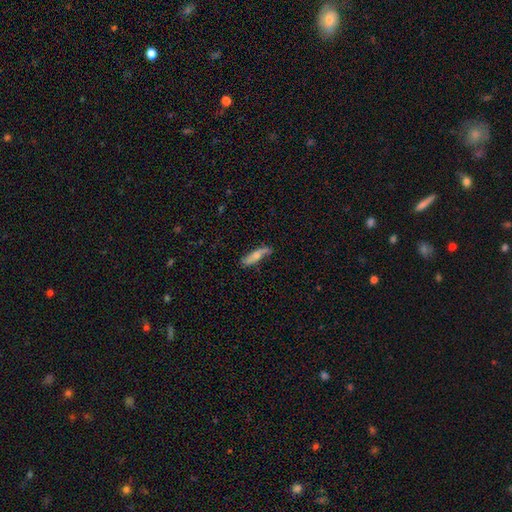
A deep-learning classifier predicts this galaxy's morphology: smooth_or_featured: smooth (p=0.58) [alt: featured or disk p=0.36]
how_rounded: cigar-shaped (p=0.69) [alt: in between p=0.29]
merging: none (p=0.67) [alt: minor disturbance p=0.24]